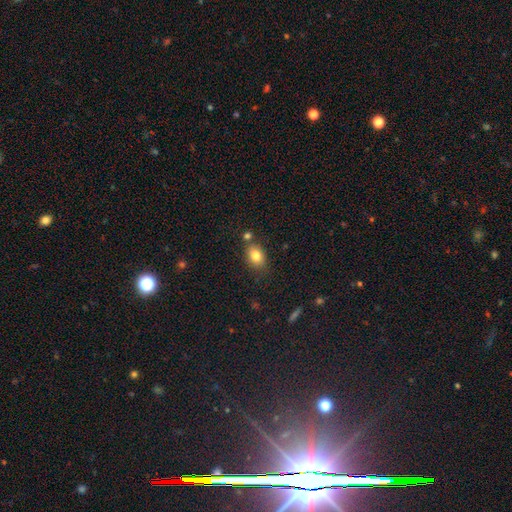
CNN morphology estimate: The model was most divided on "how rounded": in between: 72%, round: 26%, cigar-shaped: 2%. More confident: smooth or featured — smooth (82%); merging — none (70%).